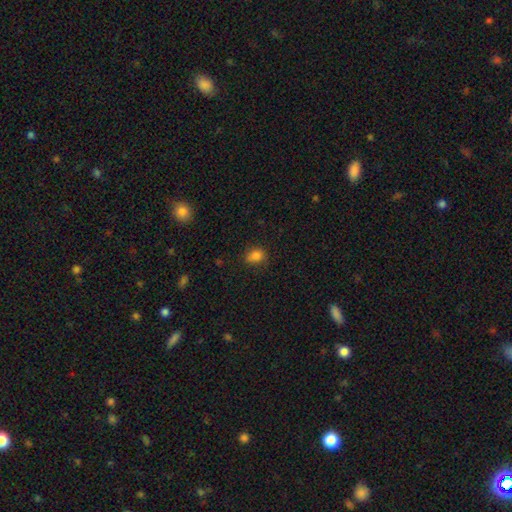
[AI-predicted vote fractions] smooth_or_featured: smooth (p=0.84) [alt: star or artifact p=0.12]
how_rounded: in between (p=0.58) [alt: round p=0.40]
merging: none (p=0.73) [alt: minor disturbance p=0.21]